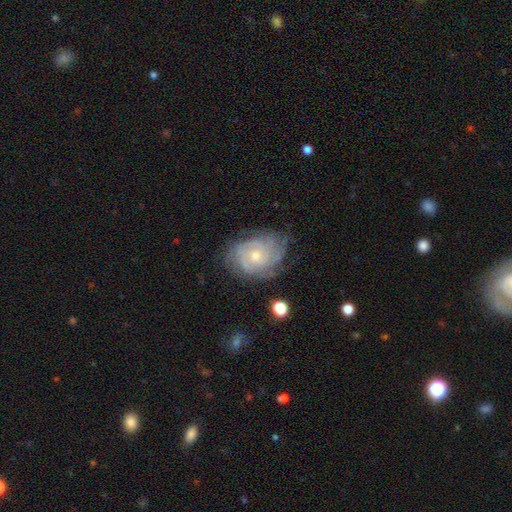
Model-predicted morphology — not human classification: Q: Smooth or featured?
A: featured or disk (77%); runner-up: smooth (16%)
Q: Edge-on disk?
A: no (97%); runner-up: yes (3%)
Q: Bar?
A: no (79%); runner-up: weak (18%)
Q: Spiral arms?
A: yes (92%); runner-up: no (8%)
Q: Spiral winding?
A: tight (68%); runner-up: medium (25%)
Q: Spiral arm count?
A: can't tell (46%); runner-up: 4 (16%)
Q: Bulge size?
A: small (64%); runner-up: moderate (32%)
Q: Merging?
A: none (69%); runner-up: minor disturbance (21%)